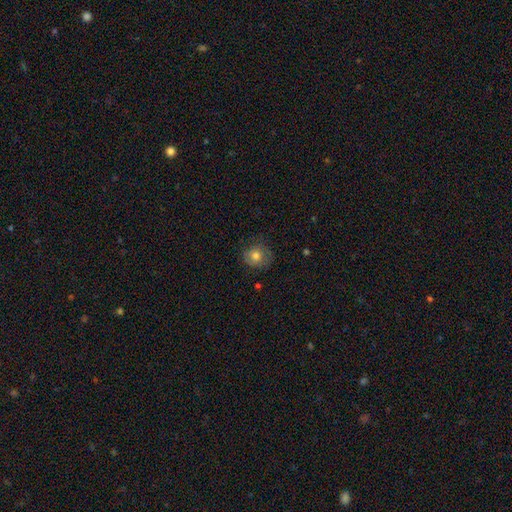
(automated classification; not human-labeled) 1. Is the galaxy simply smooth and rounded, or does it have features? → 74% smooth, 17% featured or disk, 10% star or artifact.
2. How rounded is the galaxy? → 81% round, 18% in between, 1% cigar-shaped.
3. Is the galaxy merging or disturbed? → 71% none, 21% minor disturbance, 7% major disturbance, 1% merger.